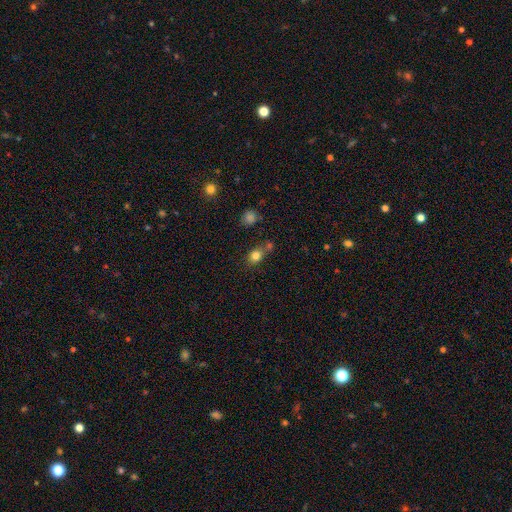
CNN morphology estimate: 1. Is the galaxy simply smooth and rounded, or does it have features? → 81% smooth, 12% star or artifact, 7% featured or disk.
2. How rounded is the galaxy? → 51% round, 47% in between, 2% cigar-shaped.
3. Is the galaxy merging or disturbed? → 57% none, 22% merger, 16% minor disturbance, 5% major disturbance.